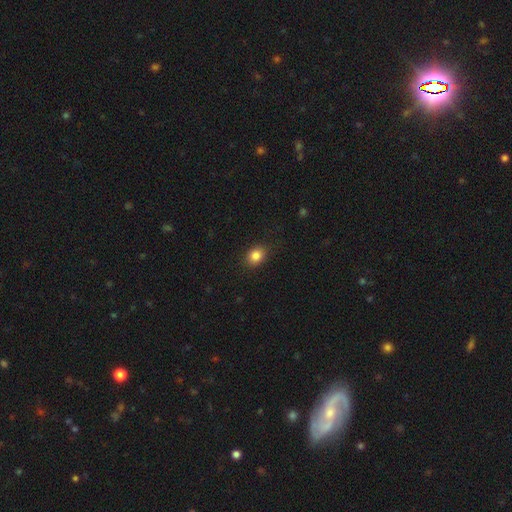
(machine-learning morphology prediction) smooth-or-featured: smooth: 85% | star or artifact: 10% | featured or disk: 5%
  how-rounded: in between: 58% | round: 40% | cigar-shaped: 1%
  merging: none: 86% | minor disturbance: 11% | major disturbance: 3% | merger: 1%